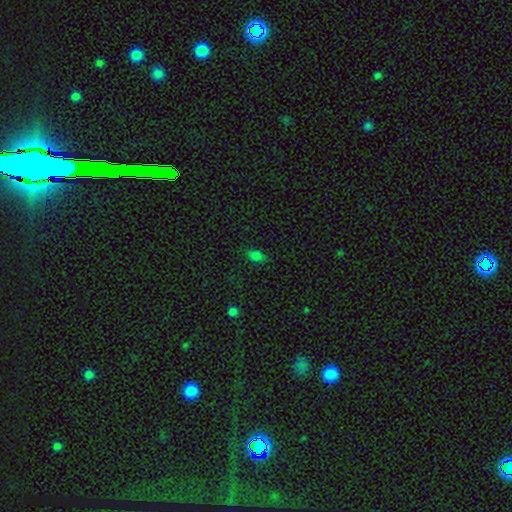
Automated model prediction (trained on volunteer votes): A smooth galaxy with no disk features (74%) that is in between round and cigar-shaped (74%). Merging: none (77%).